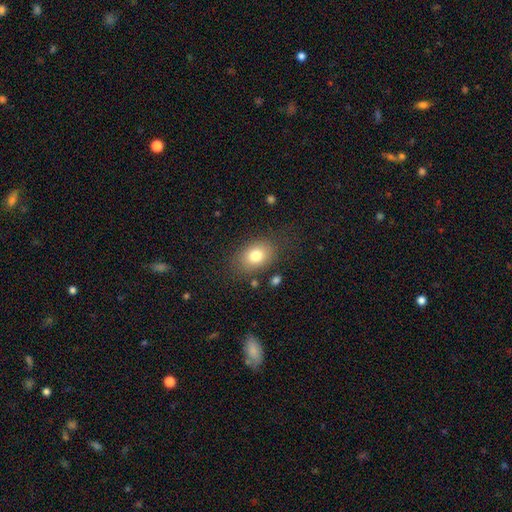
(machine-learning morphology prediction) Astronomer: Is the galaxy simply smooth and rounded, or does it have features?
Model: smooth — 79%.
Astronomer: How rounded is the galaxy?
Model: in between — 72%.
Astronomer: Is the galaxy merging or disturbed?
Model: none — 78%.